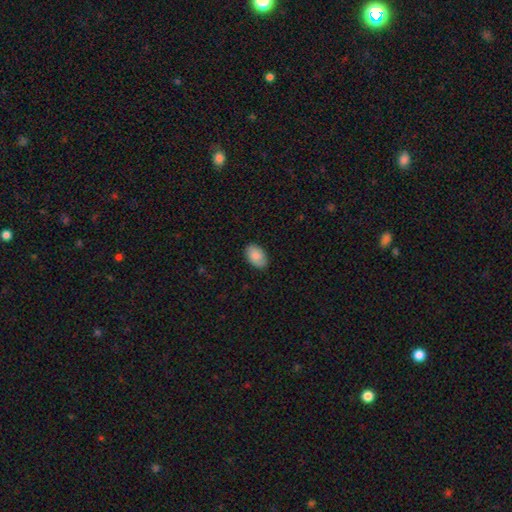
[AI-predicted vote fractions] This is clearly a smooth galaxy (87%). How rounded: clearly in between (92%). Merging: clearly none (86%).